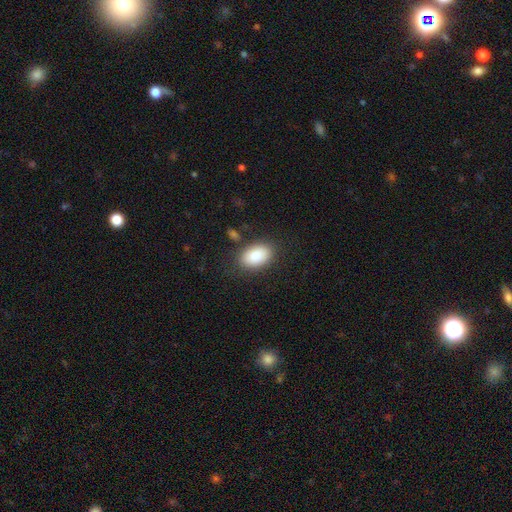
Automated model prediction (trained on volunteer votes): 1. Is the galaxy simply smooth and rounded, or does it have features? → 82% smooth, 11% featured or disk, 7% star or artifact.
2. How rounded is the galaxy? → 89% in between, 10% round, 1% cigar-shaped.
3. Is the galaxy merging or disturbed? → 82% none, 11% minor disturbance, 3% major disturbance, 3% merger.